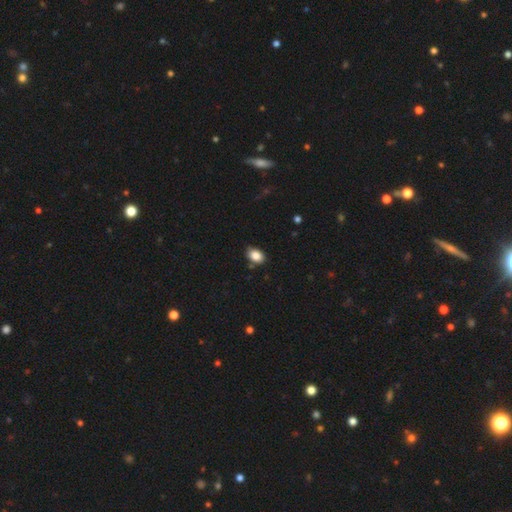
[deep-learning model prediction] smooth-or-featured: smooth: 86% | star or artifact: 9% | featured or disk: 5%
  how-rounded: in between: 80% | round: 19% | cigar-shaped: 1%
  merging: none: 80% | minor disturbance: 15% | merger: 3% | major disturbance: 3%